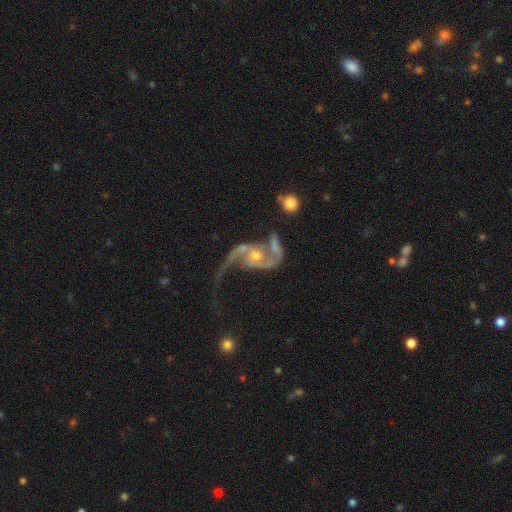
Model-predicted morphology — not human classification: Smooth or featured? featured or disk (89%)
Edge-on disk? no (97%)
Bar? no (59%)
Spiral arms? yes (94%)
Spiral winding? loose (70%)
Spiral arm count? 2 (85%)
Bulge size? moderate (48%)
Merging? major disturbance (34%)